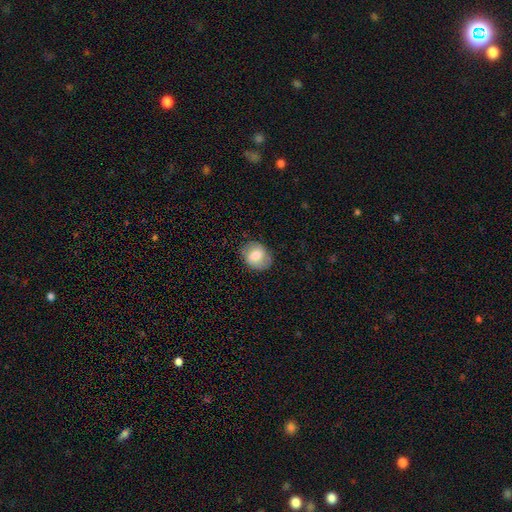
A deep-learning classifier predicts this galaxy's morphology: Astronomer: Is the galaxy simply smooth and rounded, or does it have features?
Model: smooth — 69%.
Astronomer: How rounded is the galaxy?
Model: round — 56% (runner-up: in between, 43%).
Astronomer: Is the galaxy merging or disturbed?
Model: none — 81%.